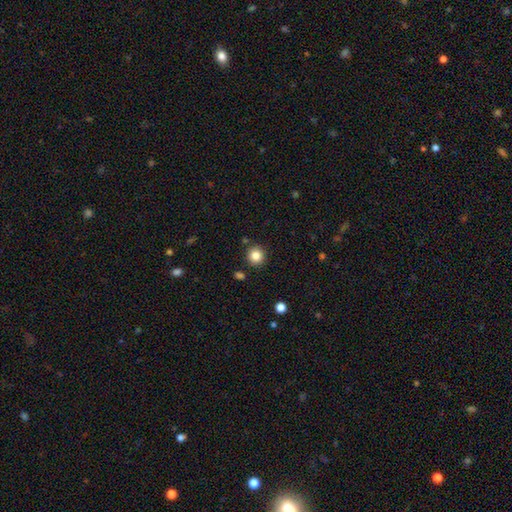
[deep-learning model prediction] Smooth or featured: smooth — 84% (star or artifact — 11%)
How rounded: round — 93% (in between — 6%)
Merging: none — 89% (minor disturbance — 6%)